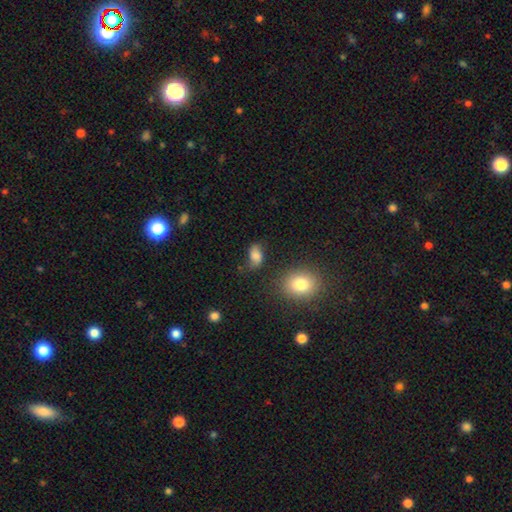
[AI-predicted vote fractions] Smooth or featured? smooth (74%)
How rounded? in between (86%)
Merging? none (54%)